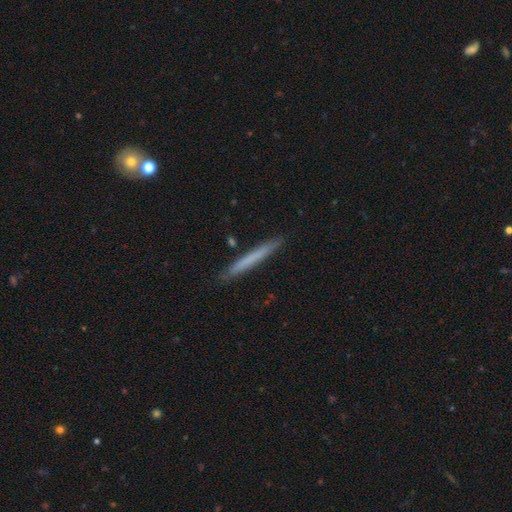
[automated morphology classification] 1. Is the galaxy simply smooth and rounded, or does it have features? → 60% smooth, 33% featured or disk, 7% star or artifact.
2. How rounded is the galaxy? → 97% cigar-shaped, 2% in between, 1% round.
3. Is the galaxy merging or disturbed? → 91% none, 7% minor disturbance, 1% major disturbance, 1% merger.